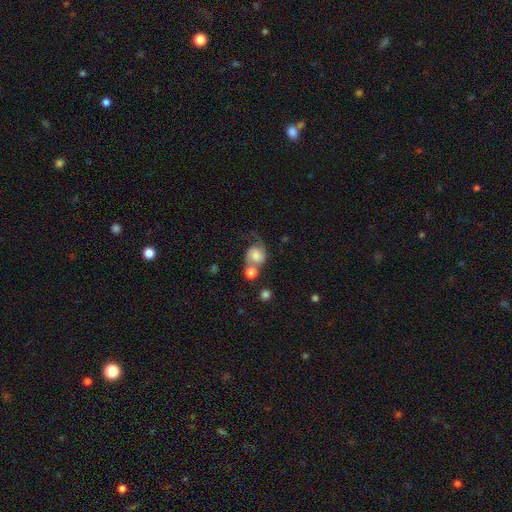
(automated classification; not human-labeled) Smooth or featured?
  - smooth: 49% *
  - featured or disk: 42%
  - star or artifact: 9%
Merging?
  - merger: 48% *
  - none: 23%
  - major disturbance: 16%
  - minor disturbance: 13%